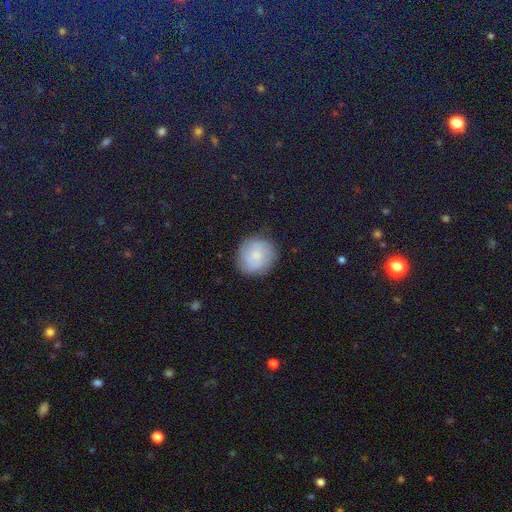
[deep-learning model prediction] smooth_or_featured: smooth (p=0.61) [alt: featured or disk p=0.30]
how_rounded: round (p=0.88) [alt: in between p=0.11]
merging: none (p=0.82) [alt: minor disturbance p=0.13]